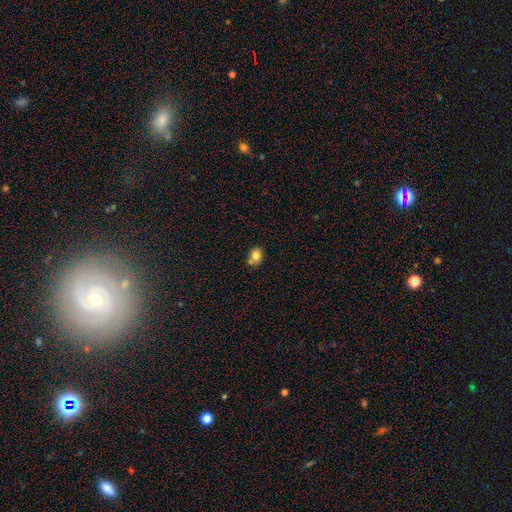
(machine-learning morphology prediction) Overall: smooth (80%). How rounded: round (62%; in between 37%). Merging: none (54%; merger 27%).